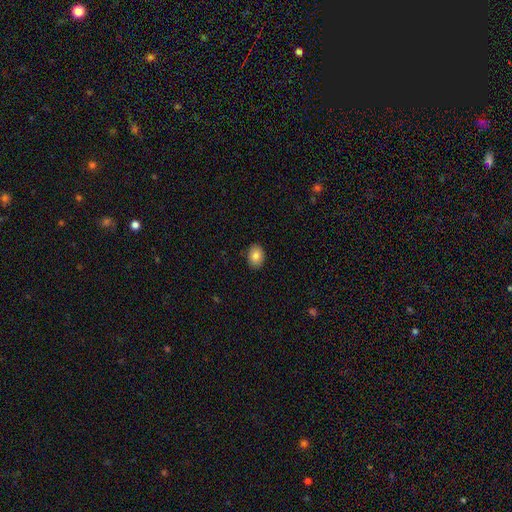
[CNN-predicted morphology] smooth-or-featured: smooth: 84% | featured or disk: 8% | star or artifact: 8%
  how-rounded: in between: 76% | round: 23% | cigar-shaped: 1%
  merging: none: 89% | minor disturbance: 8% | major disturbance: 2% | merger: 1%